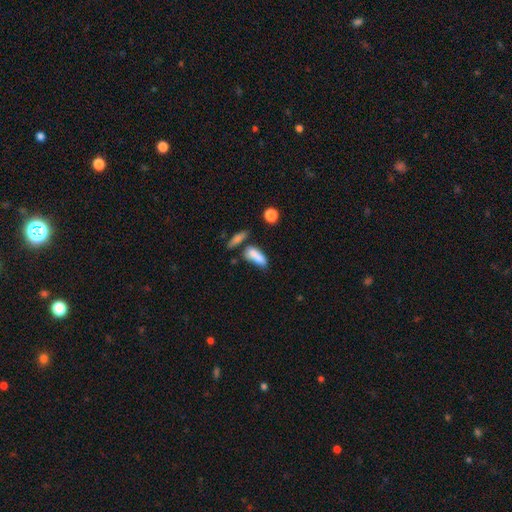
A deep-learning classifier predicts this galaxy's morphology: Smooth or featured? smooth (77%)
How rounded? in between (71%)
Merging? none (37%)